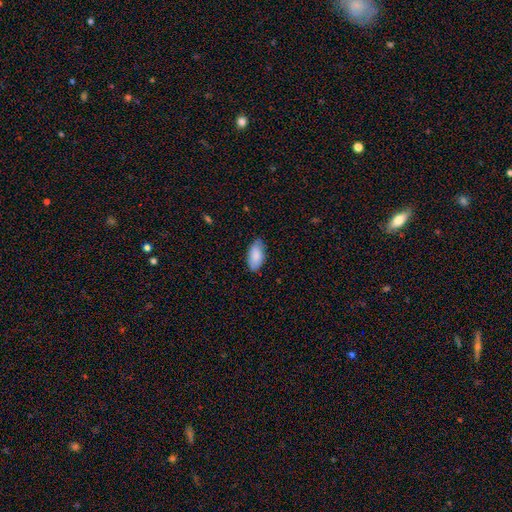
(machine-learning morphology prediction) This appears to be a smooth galaxy with no disk features (87%) that is in between round and cigar-shaped (93%). Merging: none (80%).